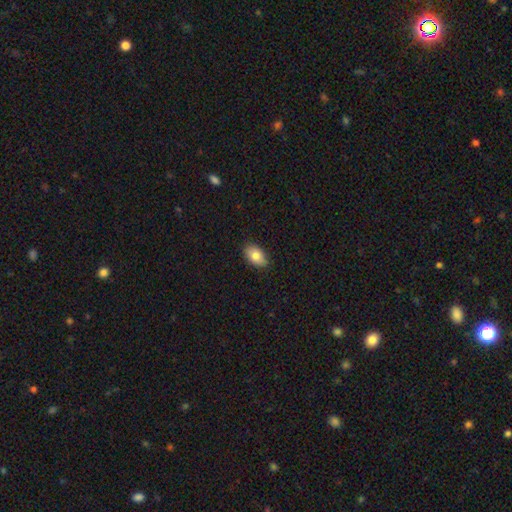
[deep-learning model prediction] This appears to be a smooth galaxy with no disk features (81%) that is in between round and cigar-shaped (90%). Merging: none (87%).